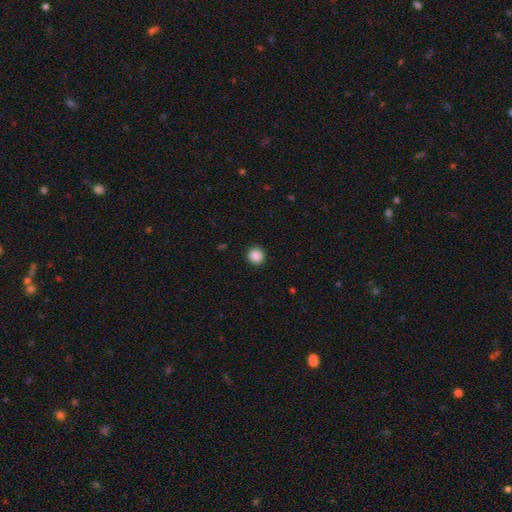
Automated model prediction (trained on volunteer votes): Q: Smooth or featured?
A: smooth (88%); runner-up: star or artifact (9%)
Q: How rounded?
A: round (93%); runner-up: in between (6%)
Q: Merging?
A: none (92%); runner-up: minor disturbance (5%)